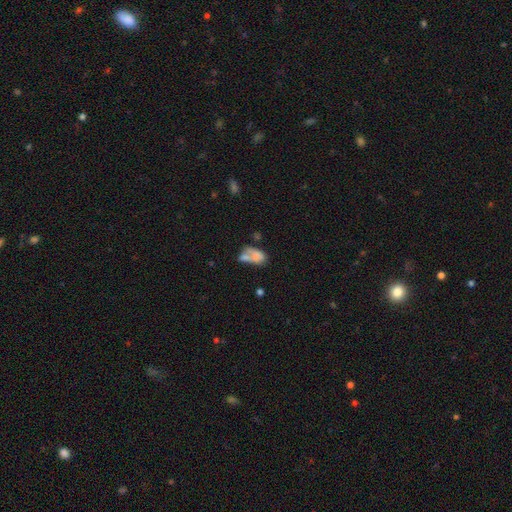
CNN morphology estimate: Smooth or featured? smooth (64%)
How rounded? in between (88%)
Merging? merger (44%)